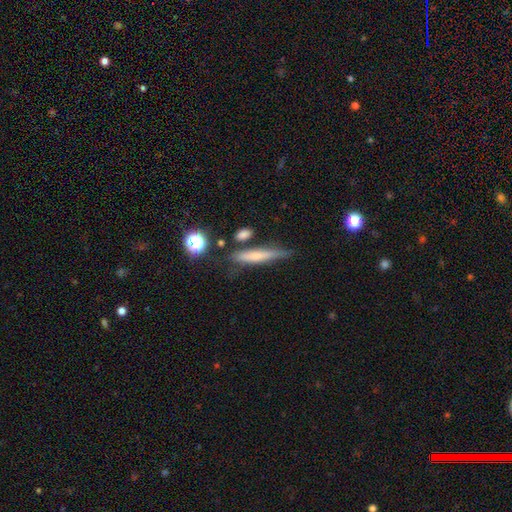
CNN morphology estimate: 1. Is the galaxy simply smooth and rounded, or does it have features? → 58% smooth, 33% featured or disk, 9% star or artifact.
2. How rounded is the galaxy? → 87% cigar-shaped, 10% in between, 3% round.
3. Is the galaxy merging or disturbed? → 70% none, 17% minor disturbance, 8% merger, 5% major disturbance.